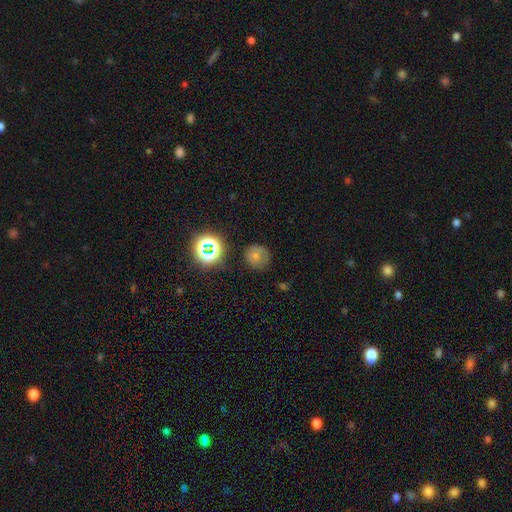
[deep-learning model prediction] This is likely a smooth galaxy (62%). How rounded: clearly round (88%). Merging: likely none (76%).